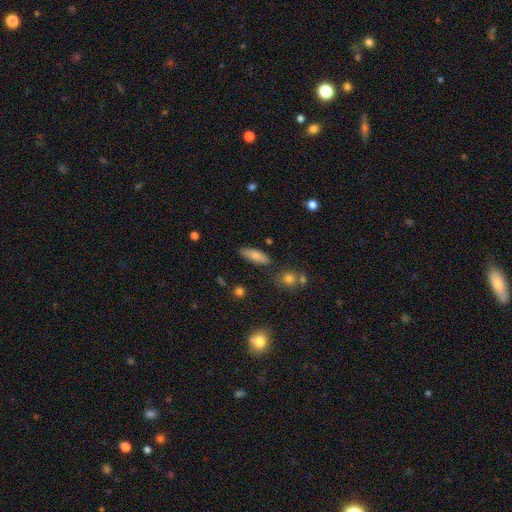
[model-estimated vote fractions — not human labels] Smooth or featured? Predicted: smooth (p=0.80). How rounded? Predicted: in between (p=0.67). Merging? Predicted: none (p=0.80).